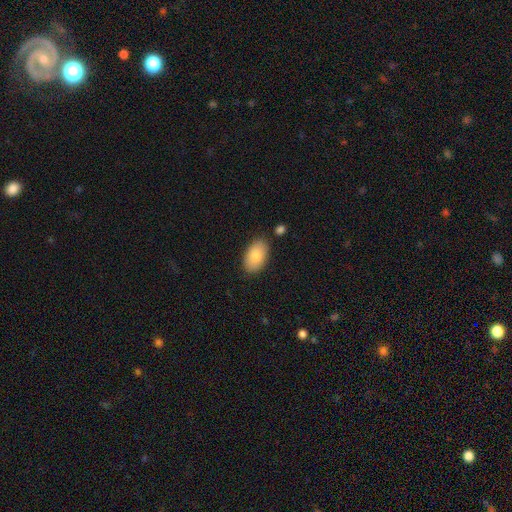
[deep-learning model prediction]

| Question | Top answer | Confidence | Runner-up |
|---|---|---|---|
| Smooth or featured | smooth | 83% | featured or disk (11%) |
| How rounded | in between | 94% | round (4%) |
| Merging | none | 84% | minor disturbance (11%) |